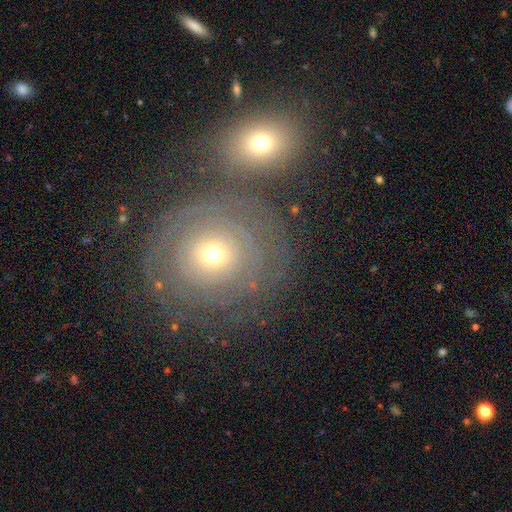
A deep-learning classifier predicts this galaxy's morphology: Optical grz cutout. It shows a featured or disk galaxy (61%) with no bar (84%), spiral arms (73%) and a moderate central bulge (51%). Merging: none (67%).